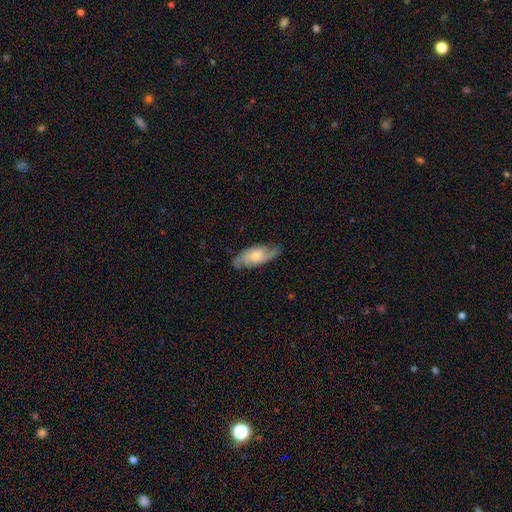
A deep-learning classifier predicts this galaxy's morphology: Smooth or featured? Predicted: featured or disk (p=0.61). Edge-on disk? Predicted: no (p=0.87). Bar? Predicted: no (p=0.67). Spiral arms? Predicted: yes (p=0.90). Bulge size? Predicted: moderate (p=0.40). Merging? Predicted: none (p=0.76).